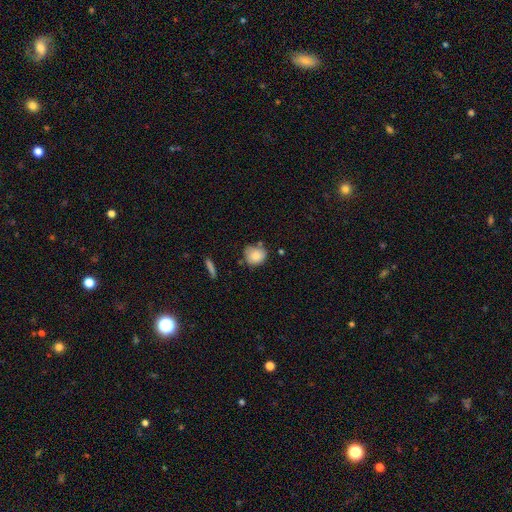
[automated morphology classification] smooth_or_featured: smooth (p=0.82) [alt: featured or disk p=0.10]
how_rounded: round (p=0.77) [alt: in between p=0.22]
merging: none (p=0.61) [alt: minor disturbance p=0.25]